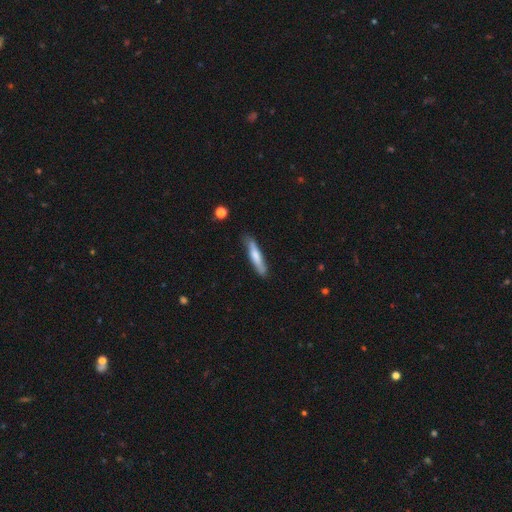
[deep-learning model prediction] This is likely a smooth galaxy (68%). How rounded: clearly cigar-shaped (89%). Merging: clearly none (81%).